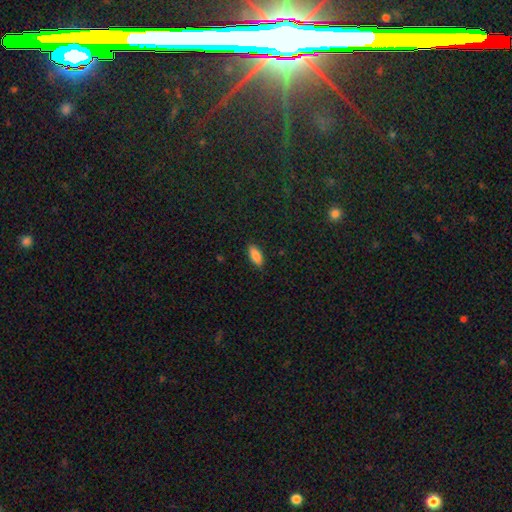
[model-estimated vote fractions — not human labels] Smooth or featured?
  - smooth: 86% *
  - star or artifact: 7%
  - featured or disk: 7%
How rounded?
  - in between: 86% *
  - cigar-shaped: 12%
  - round: 2%
Merging?
  - none: 87% *
  - minor disturbance: 10%
  - major disturbance: 2%
  - merger: 1%